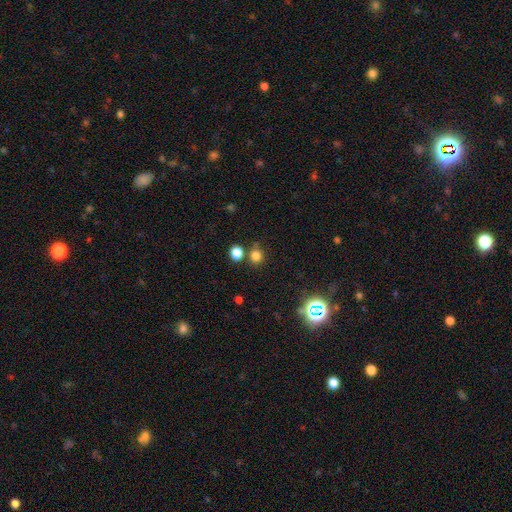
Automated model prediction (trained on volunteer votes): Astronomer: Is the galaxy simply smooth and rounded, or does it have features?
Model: smooth — 78%.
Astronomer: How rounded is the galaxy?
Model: round — 88%.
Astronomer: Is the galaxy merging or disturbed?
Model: none — 73%.